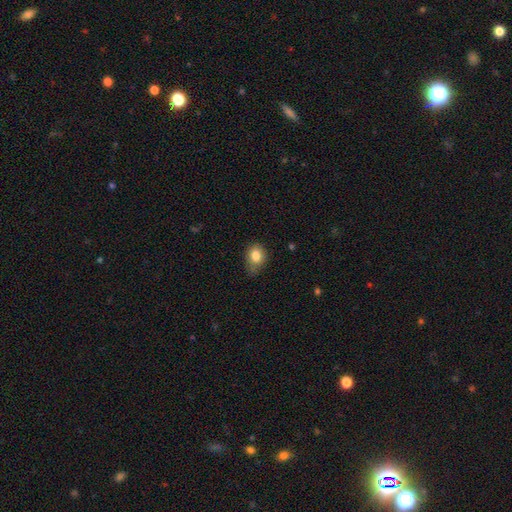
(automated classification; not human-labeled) A smooth galaxy with no disk features (82%) that is in between round and cigar-shaped (53%). Merging: none (60%).